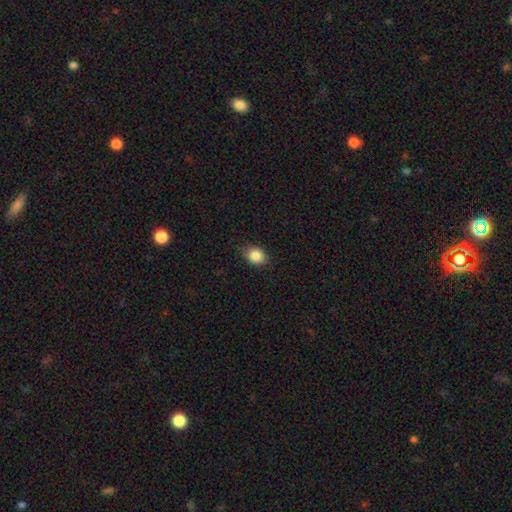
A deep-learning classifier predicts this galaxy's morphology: type=smooth (87%); roundness=in between (55%); merging=none (84%).